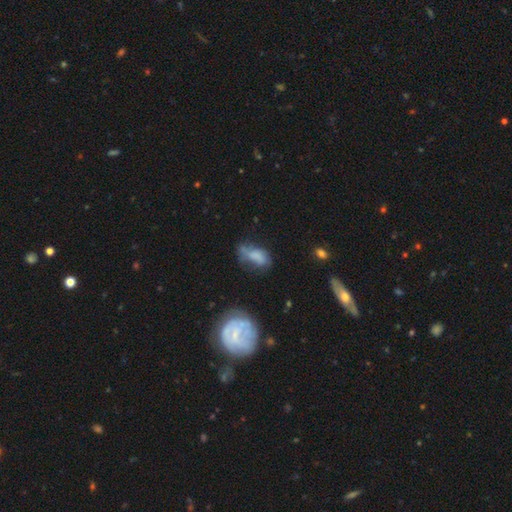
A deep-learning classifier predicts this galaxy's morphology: A smooth galaxy with no disk features (61%) that is in between round and cigar-shaped (84%).

Vote fractions:
- Smooth or featured? smooth: 61% / featured or disk: 27% / star or artifact: 12%
- How rounded? in between: 84% / cigar-shaped: 10% / round: 6%
- Merging? none: 33% / minor disturbance: 32% / major disturbance: 27% / merger: 8%